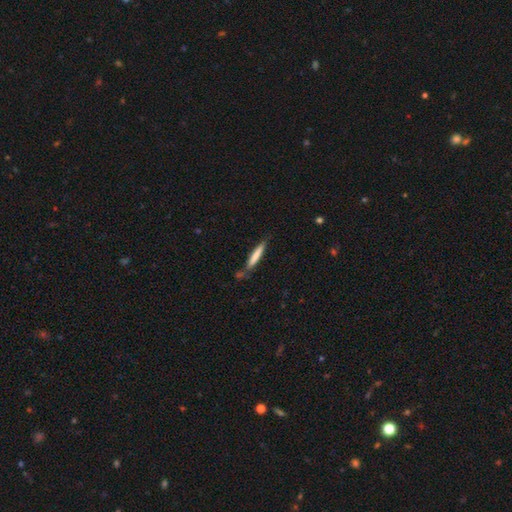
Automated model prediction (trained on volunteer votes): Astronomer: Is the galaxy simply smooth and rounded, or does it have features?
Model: smooth — 71%.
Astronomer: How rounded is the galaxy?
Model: cigar-shaped — 94%.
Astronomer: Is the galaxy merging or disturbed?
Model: none — 74%.